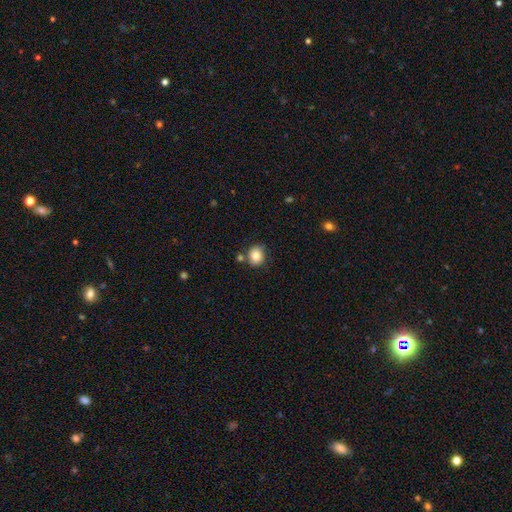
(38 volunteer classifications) smooth 87%, star or artifact 11%, featured or disk 3%. Down the decision tree: how rounded — round (79%); merging — none (68%).